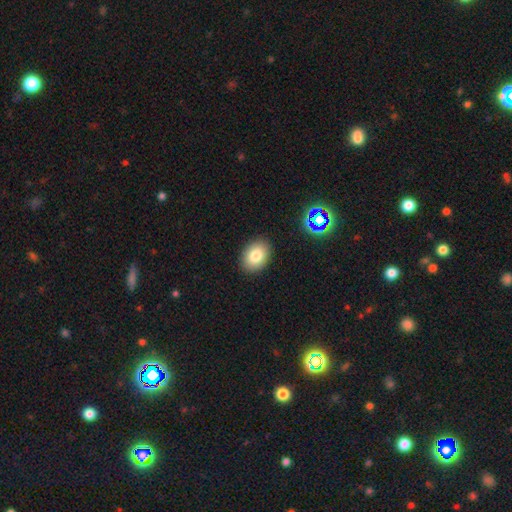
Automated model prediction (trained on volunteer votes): Smooth or featured?
  - smooth: 81% *
  - star or artifact: 10%
  - featured or disk: 9%
How rounded?
  - in between: 73% *
  - round: 26%
  - cigar-shaped: 1%
Merging?
  - none: 89% *
  - minor disturbance: 8%
  - major disturbance: 2%
  - merger: 1%